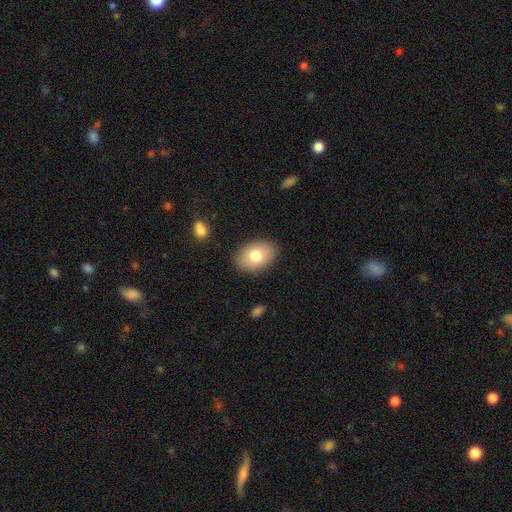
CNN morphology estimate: smooth 79%, featured or disk 14%, star or artifact 7%. Down the decision tree: how rounded — in between (83%); merging — none (87%).